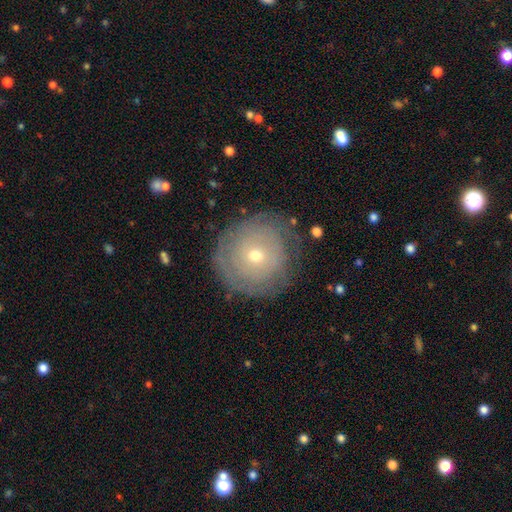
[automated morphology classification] The model was most divided on "smooth or featured": featured or disk: 50%, smooth: 40%, star or artifact: 10%. More confident: edge-on disk — no (96%); merging — none (78%).